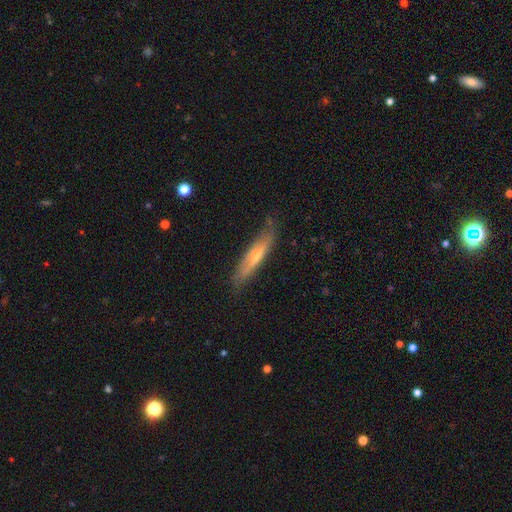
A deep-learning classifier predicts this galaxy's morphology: Overall: featured or disk (50%; smooth 44%). Merging: none (77%).